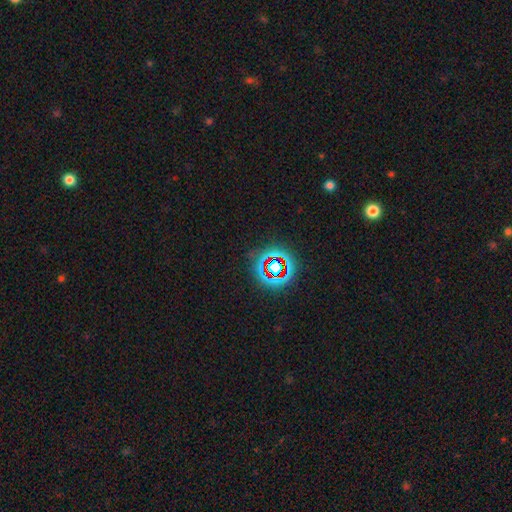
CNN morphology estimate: Overall: star or artifact (55%; featured or disk 25%).